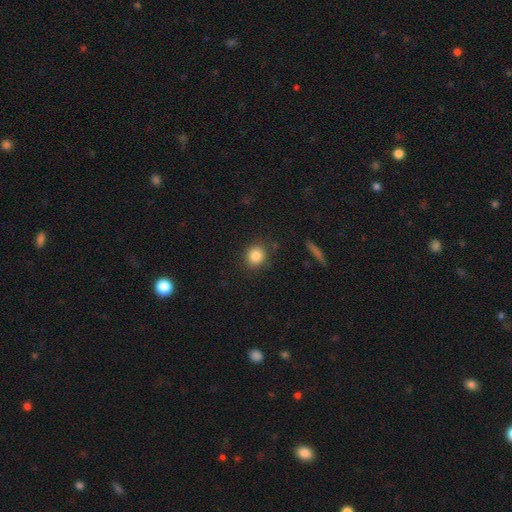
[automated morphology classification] A smooth galaxy with no disk features (85%) that is round (85%).

Vote fractions:
- Smooth or featured? smooth: 85% / star or artifact: 10% / featured or disk: 5%
- How rounded? round: 85% / in between: 14% / cigar-shaped: 1%
- Merging? none: 86% / minor disturbance: 9% / major disturbance: 3% / merger: 2%